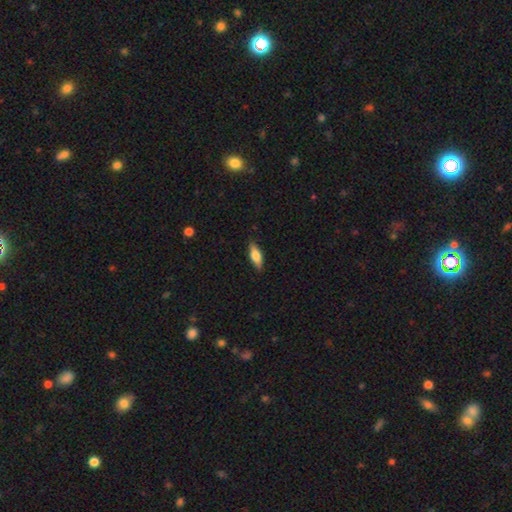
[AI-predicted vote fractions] smooth_or_featured: smooth (p=0.69) [alt: featured or disk p=0.25]
how_rounded: in between (p=0.63) [alt: cigar-shaped p=0.35]
merging: none (p=0.85) [alt: minor disturbance p=0.12]